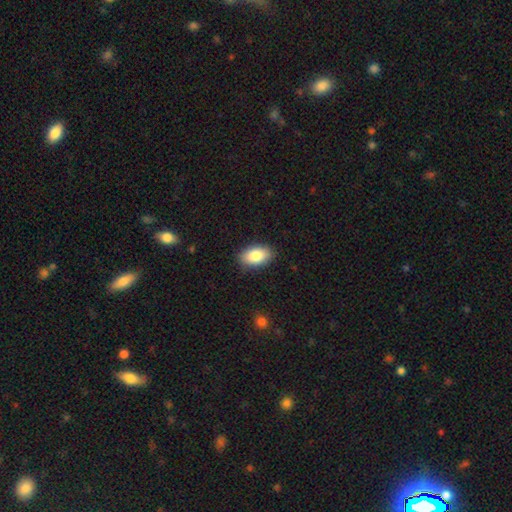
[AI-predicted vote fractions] This is clearly a smooth galaxy (84%). How rounded: clearly in between (92%). Merging: clearly none (88%).